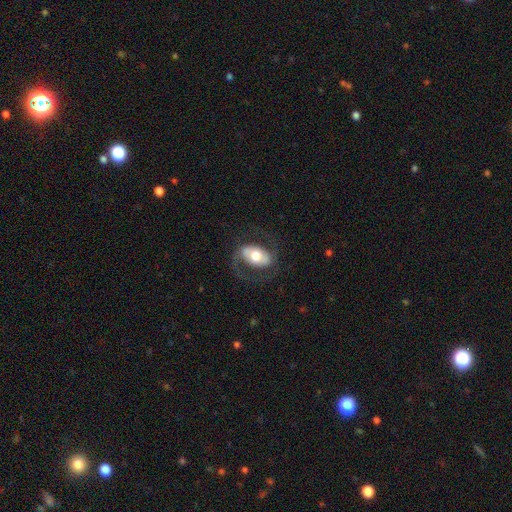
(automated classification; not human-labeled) Q: Smooth or featured?
A: featured or disk (65%); runner-up: smooth (29%)
Q: Edge-on disk?
A: no (94%); runner-up: yes (6%)
Q: Bar?
A: no (42%); runner-up: weak (30%)
Q: Spiral arms?
A: yes (76%); runner-up: no (24%)
Q: Bulge size?
A: moderate (58%); runner-up: large (29%)
Q: Merging?
A: none (67%); runner-up: major disturbance (16%)